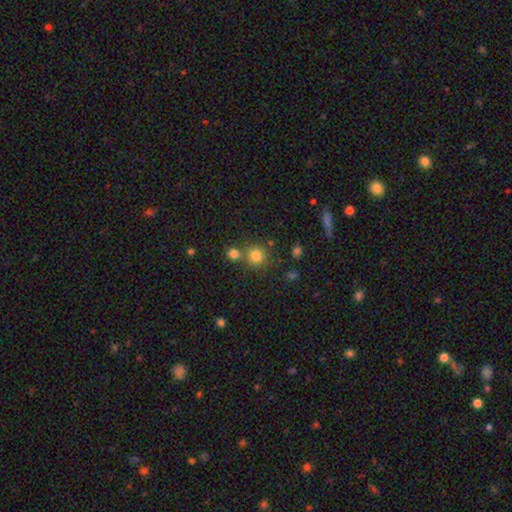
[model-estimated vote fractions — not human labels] This is likely a smooth galaxy (79%). How rounded: clearly round (91%). Merging: likely none (65%).